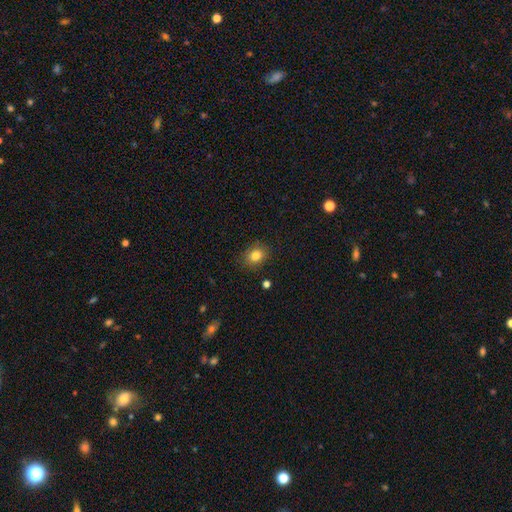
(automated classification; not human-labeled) Smooth or featured?
  - smooth: 82% *
  - star or artifact: 11%
  - featured or disk: 7%
How rounded?
  - round: 57% *
  - in between: 42%
  - cigar-shaped: 1%
Merging?
  - none: 87% *
  - minor disturbance: 9%
  - major disturbance: 2%
  - merger: 1%